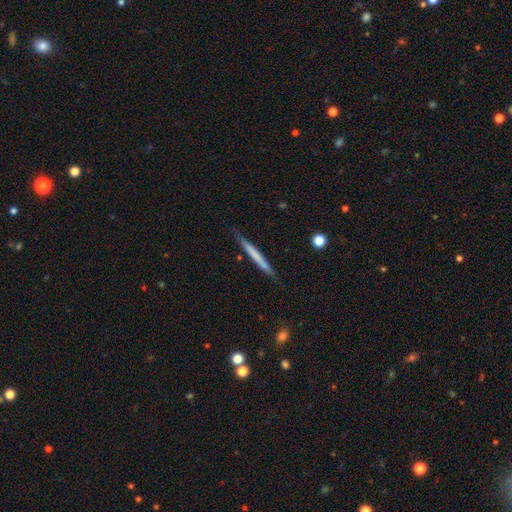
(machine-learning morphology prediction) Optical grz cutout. It shows a smooth galaxy with no disk features (57%) that is cigar-shaped (97%). Merging: none (85%).